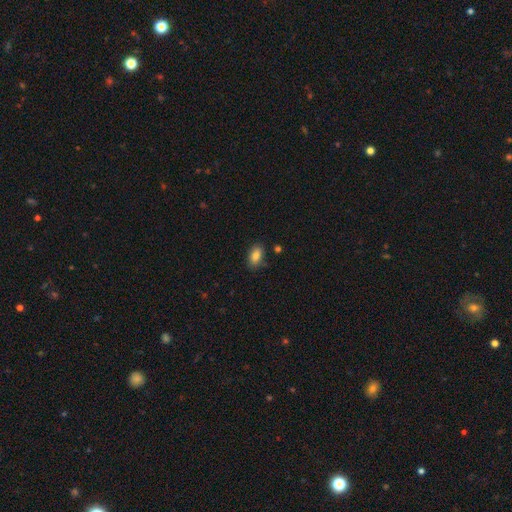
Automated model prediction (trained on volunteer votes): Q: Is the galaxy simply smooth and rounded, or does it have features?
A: smooth — 83%.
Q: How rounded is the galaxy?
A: in between — 90%.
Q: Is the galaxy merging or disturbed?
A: none — 83%.